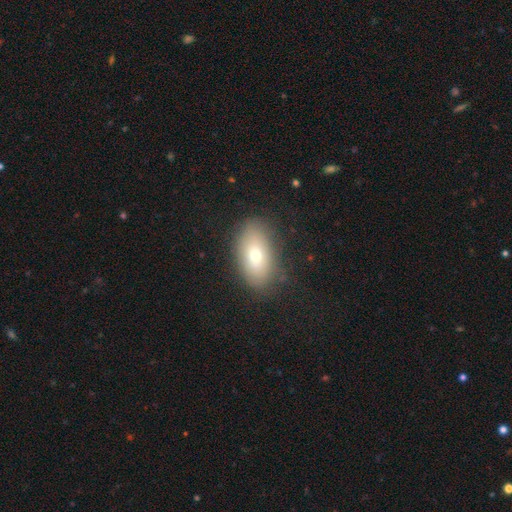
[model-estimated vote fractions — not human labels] Morphology: type=smooth (68%); roundness=in between (88%); merging=none (82%).